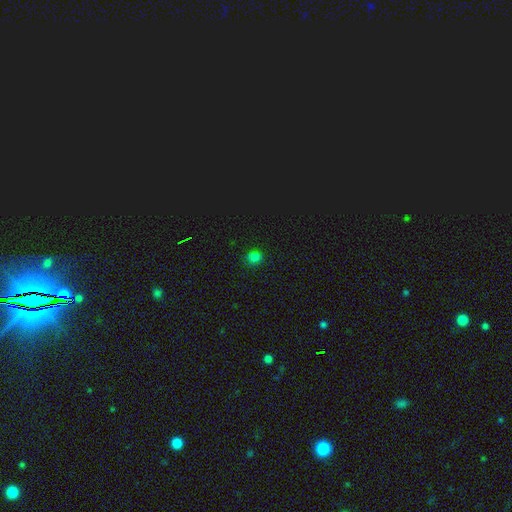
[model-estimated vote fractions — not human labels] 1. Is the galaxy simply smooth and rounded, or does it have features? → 71% smooth, 25% star or artifact, 4% featured or disk.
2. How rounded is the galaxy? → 73% round, 25% in between, 1% cigar-shaped.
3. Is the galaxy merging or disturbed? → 82% none, 13% minor disturbance, 3% major disturbance, 2% merger.